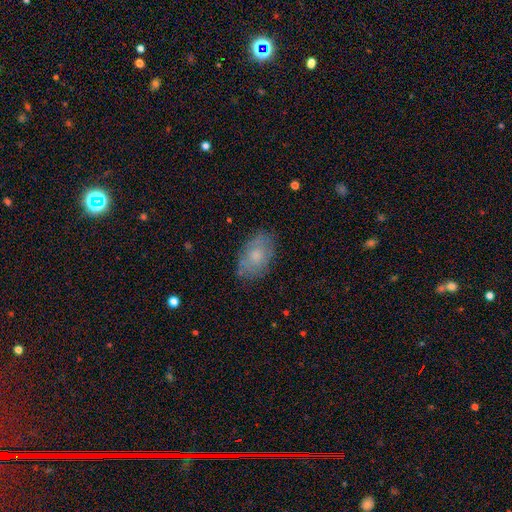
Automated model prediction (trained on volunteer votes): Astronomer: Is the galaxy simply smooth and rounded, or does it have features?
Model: smooth — 61%.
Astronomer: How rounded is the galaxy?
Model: in between — 90%.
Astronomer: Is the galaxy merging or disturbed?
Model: none — 76%.